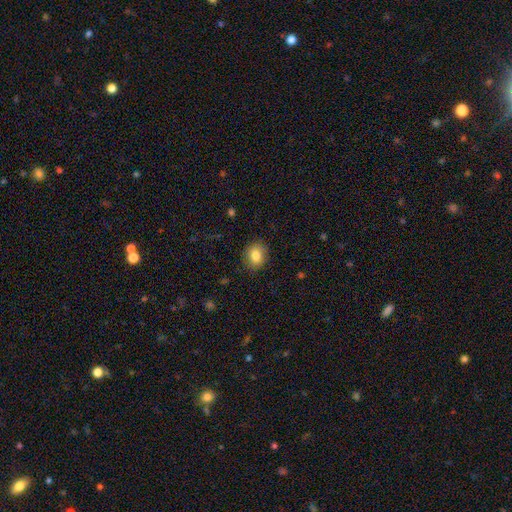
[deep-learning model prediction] This is clearly a smooth galaxy (83%). How rounded: possibly round (56%). Merging: clearly none (86%).